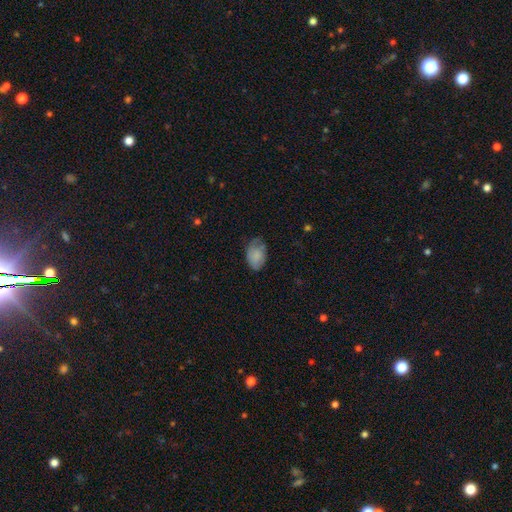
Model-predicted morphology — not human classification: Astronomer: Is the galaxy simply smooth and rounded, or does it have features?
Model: smooth — 79%.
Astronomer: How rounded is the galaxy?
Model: in between — 86%.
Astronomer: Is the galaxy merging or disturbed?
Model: none — 51% (runner-up: minor disturbance, 35%).